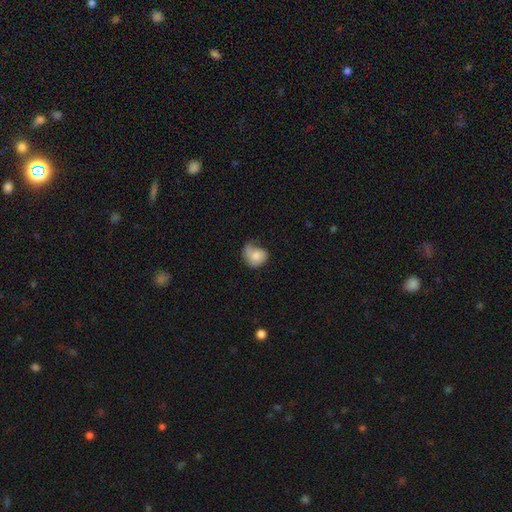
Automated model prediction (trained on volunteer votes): This appears to be a smooth galaxy with no disk features (66%) that is round (57%). Merging: minor disturbance (32%, tied with major disturbance).